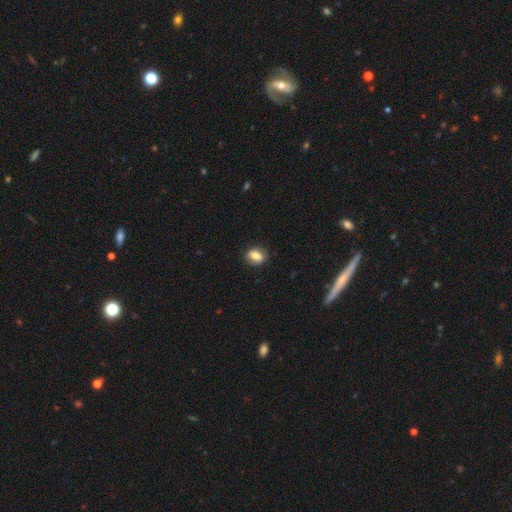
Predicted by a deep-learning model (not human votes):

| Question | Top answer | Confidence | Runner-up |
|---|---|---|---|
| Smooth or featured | smooth | 71% | featured or disk (20%) |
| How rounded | in between | 66% | round (31%) |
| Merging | none | 83% | minor disturbance (13%) |